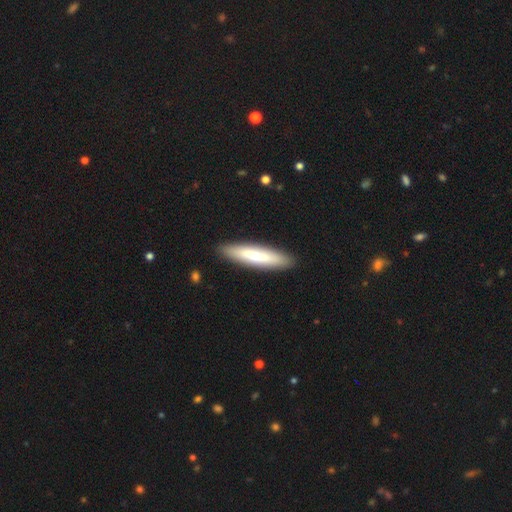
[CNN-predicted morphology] This is likely a smooth galaxy (66%). How rounded: clearly cigar-shaped (81%). Merging: clearly none (90%).